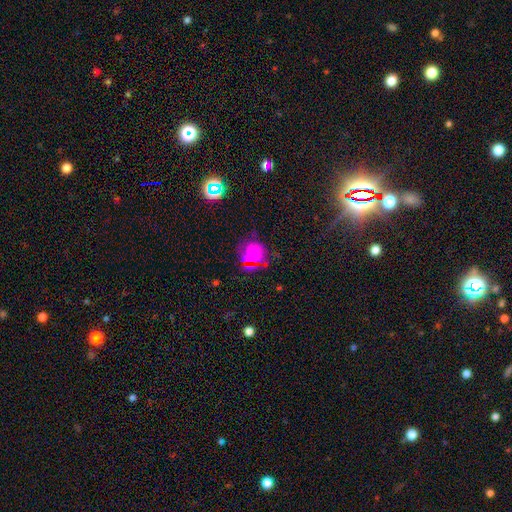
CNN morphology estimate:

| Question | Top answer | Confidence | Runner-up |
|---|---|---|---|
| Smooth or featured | smooth | 54% | star or artifact (27%) |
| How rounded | round | 76% | in between (23%) |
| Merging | none | 58% | minor disturbance (21%) |